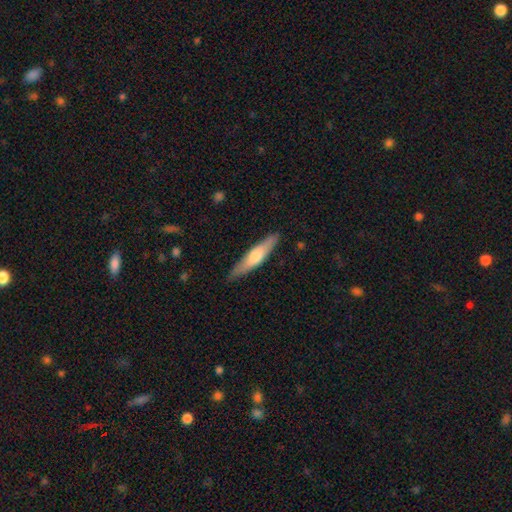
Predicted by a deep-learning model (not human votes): Smooth or featured? Predicted: smooth (p=0.52). How rounded? Predicted: cigar-shaped (p=0.84). Merging? Predicted: none (p=0.87).